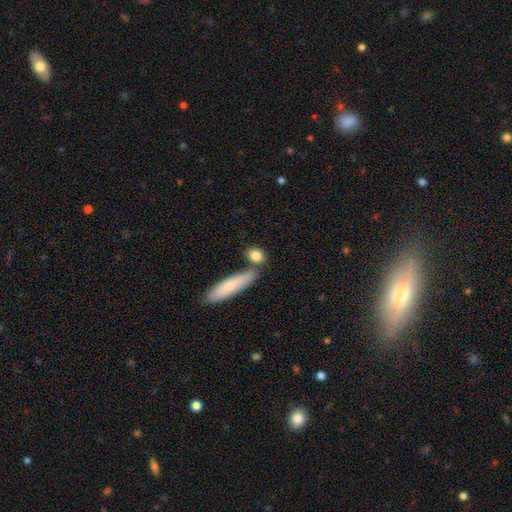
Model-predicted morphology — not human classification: Smooth or featured: smooth — 81% (featured or disk — 11%)
How rounded: round — 42% (in between — 38%)
Merging: none — 65% (merger — 20%)